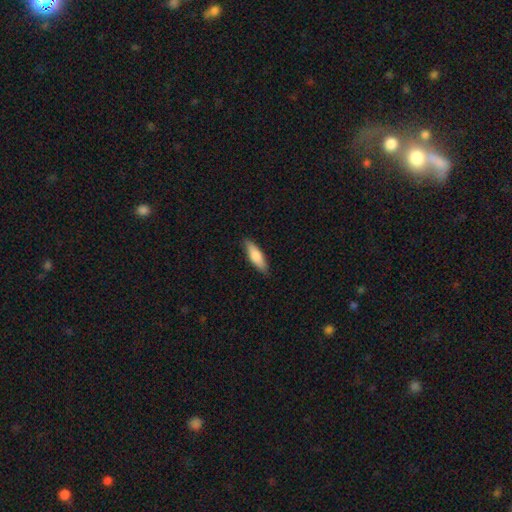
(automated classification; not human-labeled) This is likely a smooth galaxy (77%). How rounded: possibly cigar-shaped (52%). Merging: clearly none (86%).